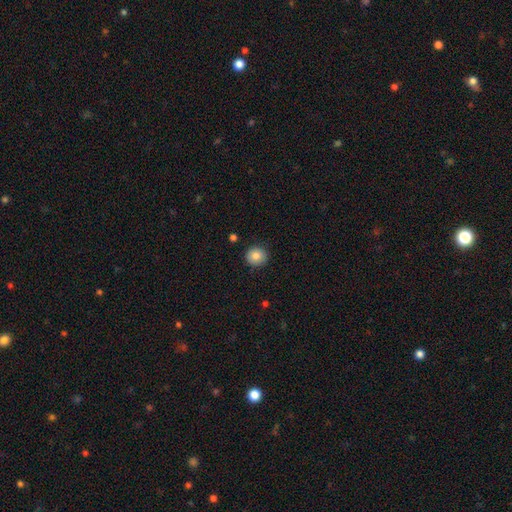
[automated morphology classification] type=smooth (83%); roundness=round (89%); merging=none (90%).